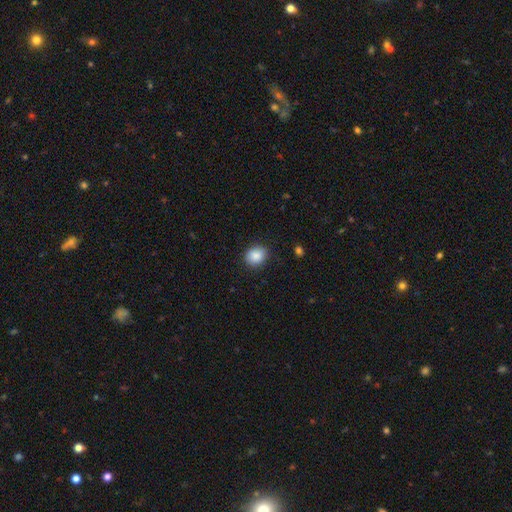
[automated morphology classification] Smooth or featured?
  - smooth: 88% *
  - star or artifact: 8%
  - featured or disk: 4%
How rounded?
  - round: 62% *
  - in between: 37%
  - cigar-shaped: 1%
Merging?
  - none: 88% *
  - minor disturbance: 9%
  - major disturbance: 2%
  - merger: 1%